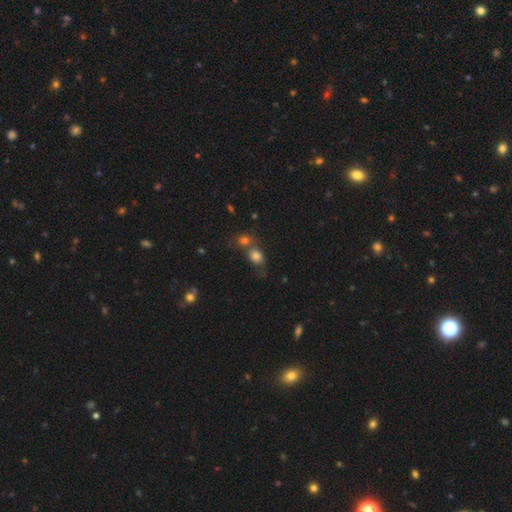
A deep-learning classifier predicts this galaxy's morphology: Overall: smooth (80%). How rounded: in between (55%; round 43%). Merging: merger (42%; none 40%).